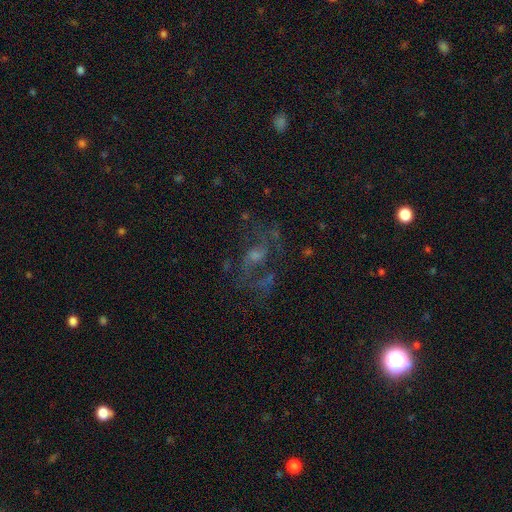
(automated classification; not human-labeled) Morphology: type=featured or disk (60%); edge-on=no (96%); bar=no (64%); spiral arms=yes (61%); bulge=small (38%); merging=none (50%).